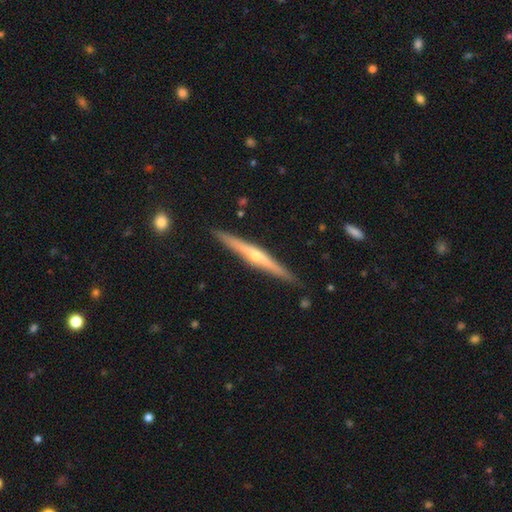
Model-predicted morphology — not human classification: Smooth or featured? featured or disk (77%)
Edge-on disk? yes (98%)
Edge-on bulge? rounded (84%)
Merging? none (90%)